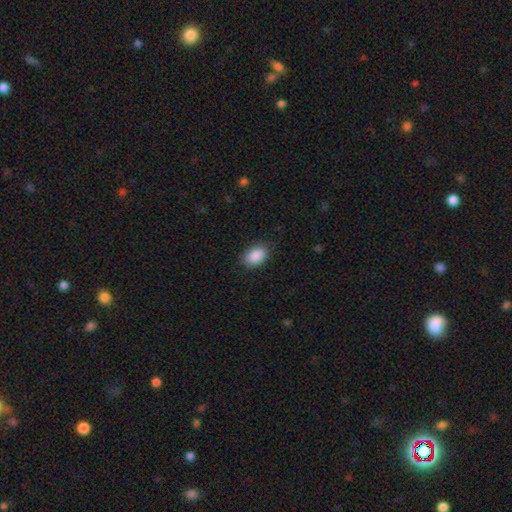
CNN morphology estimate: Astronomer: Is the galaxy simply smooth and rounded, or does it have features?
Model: smooth — 90%.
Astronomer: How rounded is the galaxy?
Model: in between — 89%.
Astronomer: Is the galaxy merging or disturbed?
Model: none — 80%.